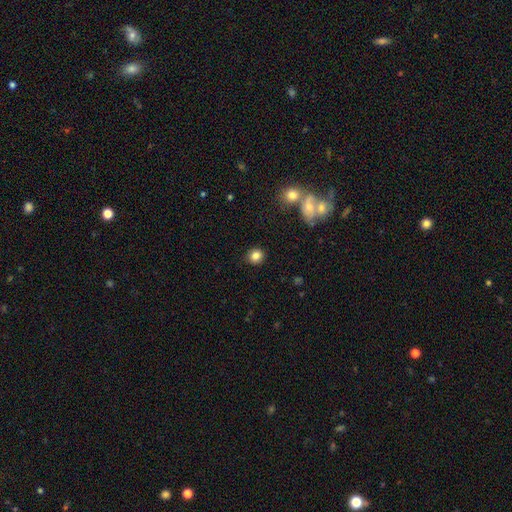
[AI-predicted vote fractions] The model was most divided on "how rounded": round: 82%, in between: 17%, cigar-shaped: 1%. More confident: merging — none (89%); smooth or featured — smooth (83%).